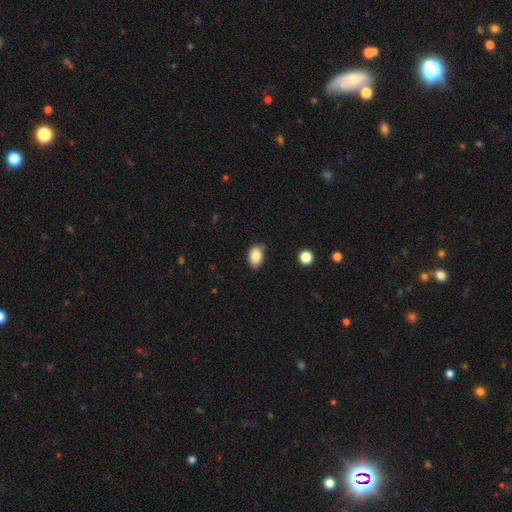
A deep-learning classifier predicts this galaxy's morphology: Smooth or featured? smooth (85%)
How rounded? in between (85%)
Merging? none (74%)